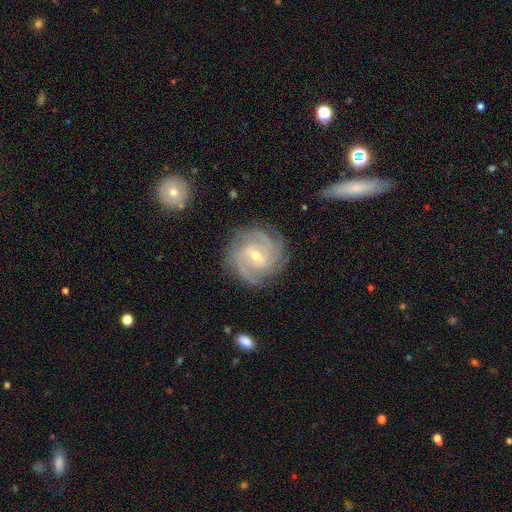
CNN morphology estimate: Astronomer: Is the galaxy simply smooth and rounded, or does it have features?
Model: featured or disk — 90%.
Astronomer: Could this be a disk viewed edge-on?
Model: no — 97%.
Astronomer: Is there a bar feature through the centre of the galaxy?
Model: weak — 54%.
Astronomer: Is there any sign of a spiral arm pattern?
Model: yes — 98%.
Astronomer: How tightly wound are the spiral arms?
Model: tight — 73%.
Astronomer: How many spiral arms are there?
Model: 4 — 33% (runner-up: 3, 27%).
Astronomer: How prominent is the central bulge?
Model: small — 51% (runner-up: moderate, 46%).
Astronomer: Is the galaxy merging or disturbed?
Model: none — 82%.